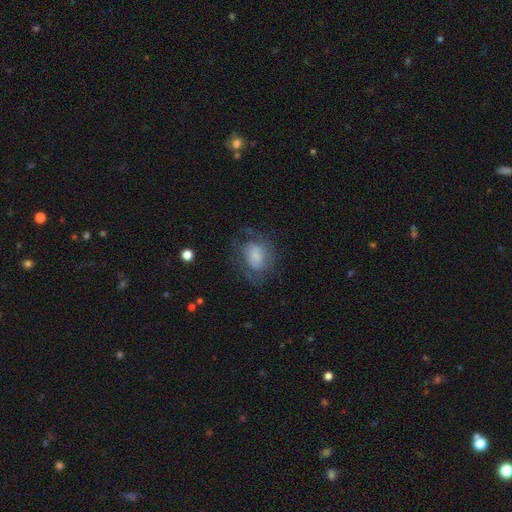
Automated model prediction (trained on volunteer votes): Smooth or featured? featured or disk (55%)
Edge-on disk? no (98%)
Bar? no (66%)
Spiral arms? yes (80%)
Bulge size? small (39%)
Merging? none (55%)